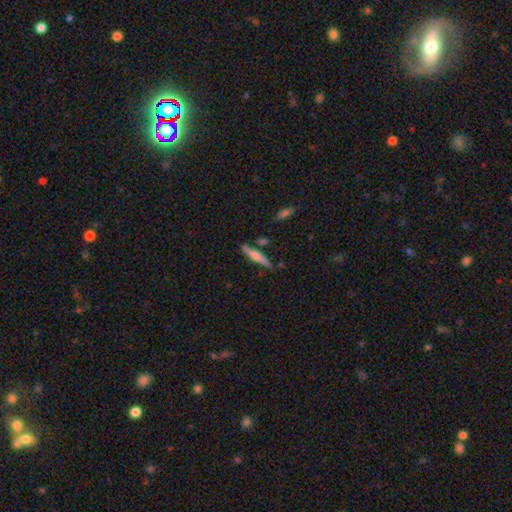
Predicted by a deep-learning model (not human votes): Smooth or featured? Predicted: smooth (p=0.58). How rounded? Predicted: cigar-shaped (p=0.89). Merging? Predicted: none (p=0.76).